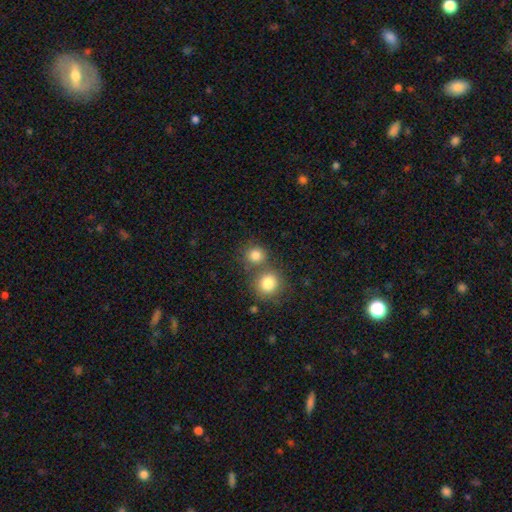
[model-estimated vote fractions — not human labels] This is clearly a smooth galaxy (83%). How rounded: clearly round (87%). Merging: possibly none (56%).